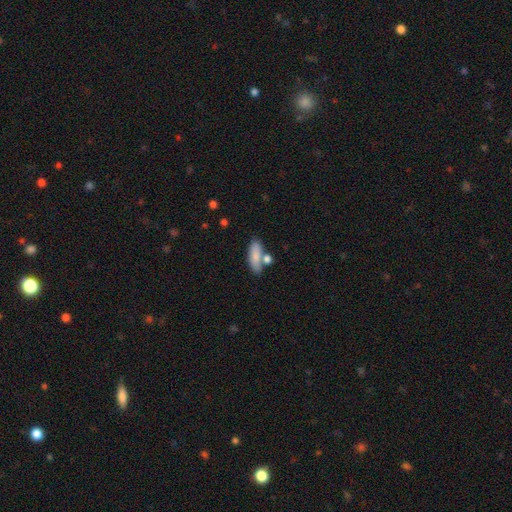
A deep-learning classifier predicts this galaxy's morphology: type=smooth (81%); roundness=in between (64%); merging=none (57%).